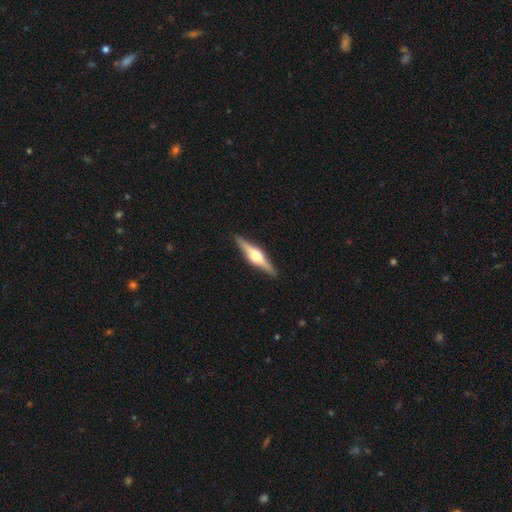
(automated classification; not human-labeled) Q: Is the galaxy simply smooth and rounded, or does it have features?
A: featured or disk — 77%.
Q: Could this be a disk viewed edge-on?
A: yes — 98%.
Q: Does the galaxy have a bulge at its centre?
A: rounded — 94%.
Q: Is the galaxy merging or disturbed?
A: none — 91%.